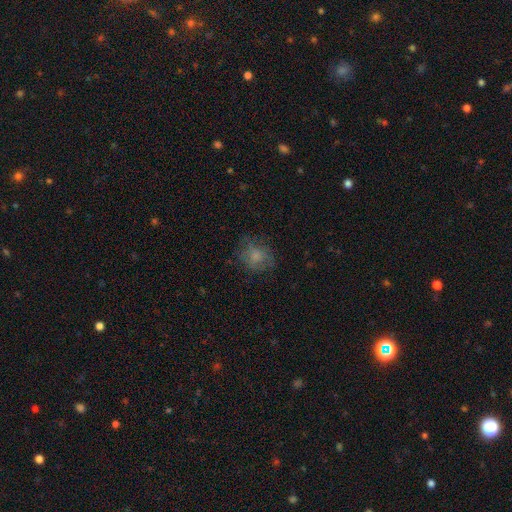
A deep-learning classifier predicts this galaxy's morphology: This appears to be a smooth galaxy with no disk features (70%) that is round (68%). Merging: none (65%).